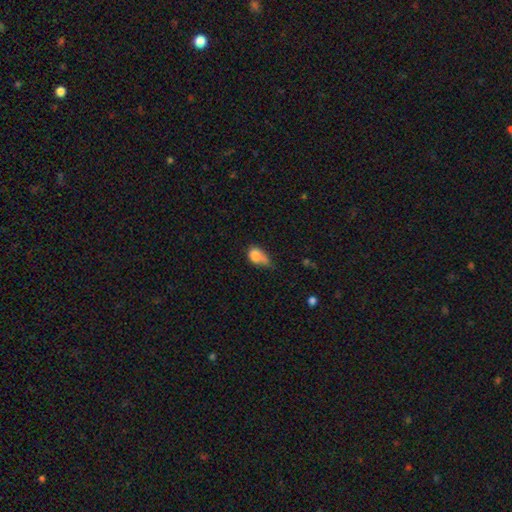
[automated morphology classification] Smooth or featured: smooth — 78% (featured or disk — 12%)
How rounded: in between — 68% (round — 29%)
Merging: minor disturbance — 37% (none — 26%)